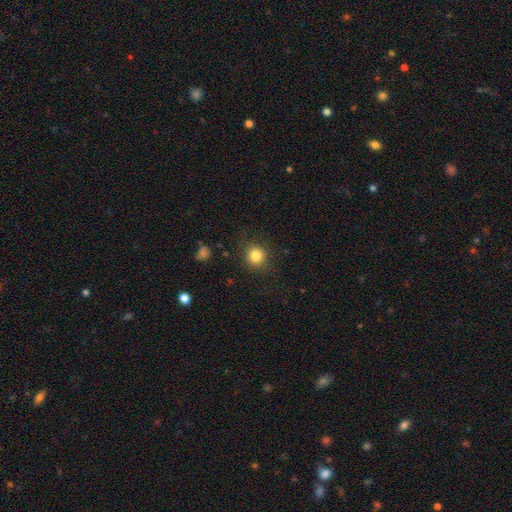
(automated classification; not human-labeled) smooth-or-featured: smooth: 84% | star or artifact: 11% | featured or disk: 5%
  how-rounded: round: 91% | in between: 8% | cigar-shaped: 1%
  merging: none: 87% | minor disturbance: 8% | major disturbance: 3% | merger: 1%